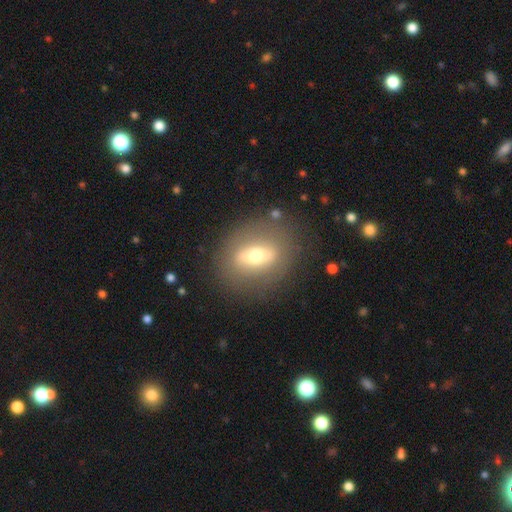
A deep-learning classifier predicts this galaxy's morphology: A featured or disk galaxy (45%, tied with smooth).

Vote fractions:
- Smooth or featured? featured or disk: 45% (tied) / smooth: 45% (tied) / star or artifact: 9%
- Merging? none: 82% / minor disturbance: 11% / major disturbance: 5% / merger: 2%